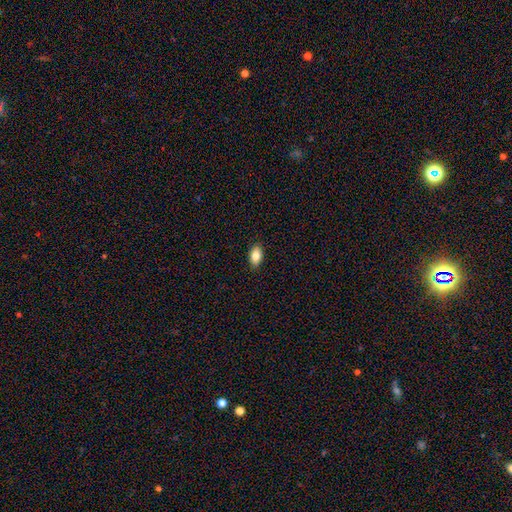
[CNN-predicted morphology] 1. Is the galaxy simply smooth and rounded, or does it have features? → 85% smooth, 8% star or artifact, 7% featured or disk.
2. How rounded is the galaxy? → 91% in between, 6% round, 2% cigar-shaped.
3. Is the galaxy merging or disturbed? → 89% none, 9% minor disturbance, 2% major disturbance, 1% merger.